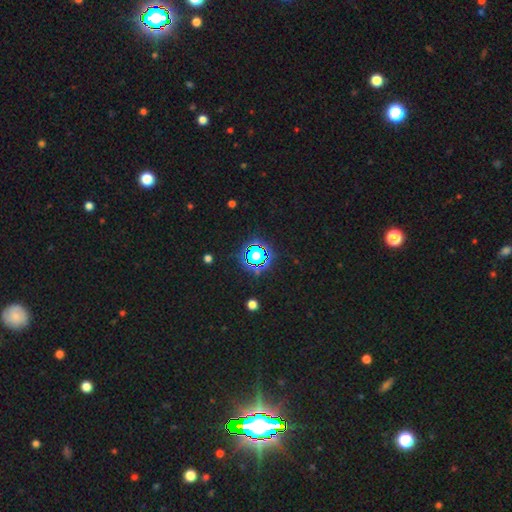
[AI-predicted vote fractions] Morphology: type=star or artifact (67%).